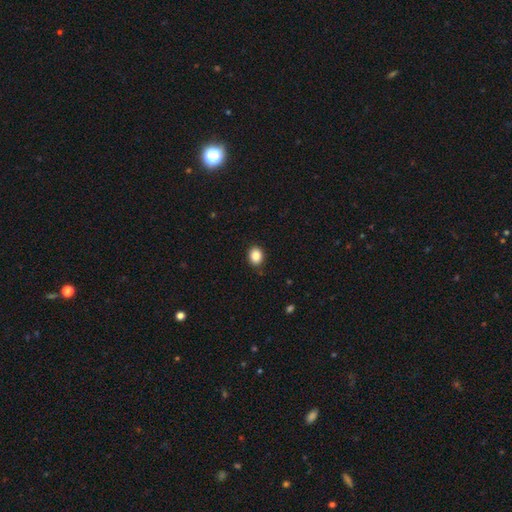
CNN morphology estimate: This appears to be a smooth galaxy with no disk features (87%) that is in between round and cigar-shaped (50%). Merging: none (88%).